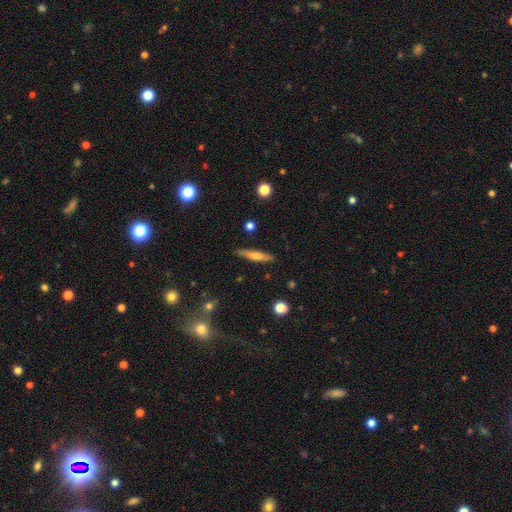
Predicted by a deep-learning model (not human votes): Morphology: type=smooth (54%); roundness=cigar-shaped (87%); merging=none (88%).